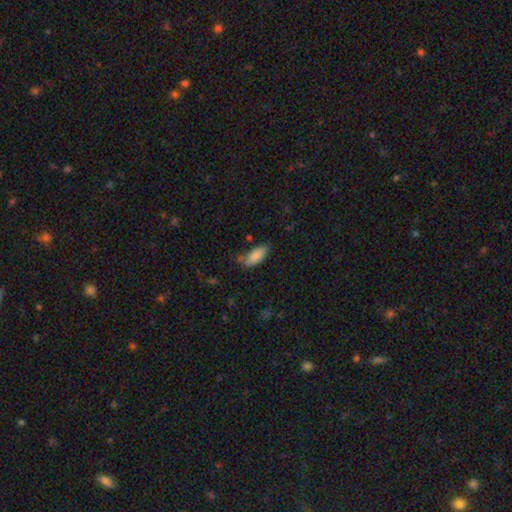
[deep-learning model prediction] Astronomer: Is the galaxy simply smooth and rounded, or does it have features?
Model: smooth — 85%.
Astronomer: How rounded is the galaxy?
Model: in between — 81%.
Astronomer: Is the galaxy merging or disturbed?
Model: none — 64%.